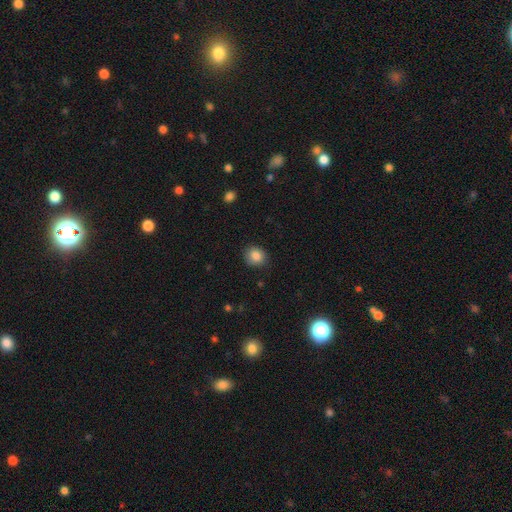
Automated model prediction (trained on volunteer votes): This is clearly a smooth galaxy (85%). How rounded: likely round (72%). Merging: clearly none (83%).